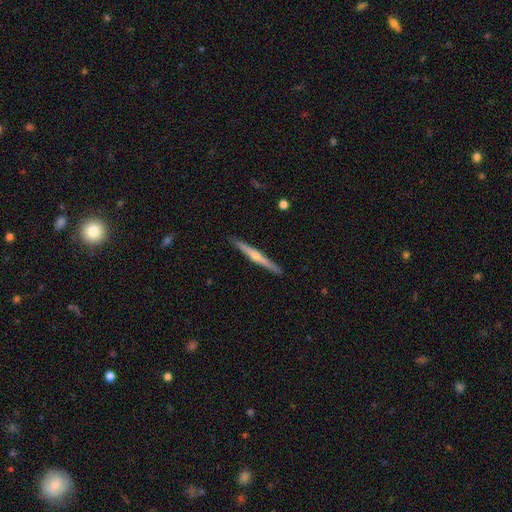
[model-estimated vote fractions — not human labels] Overall: featured or disk (67%; smooth 27%). Edge-on disk: yes (98%). Edge-on bulge: rounded (81%). Merging: none (91%).